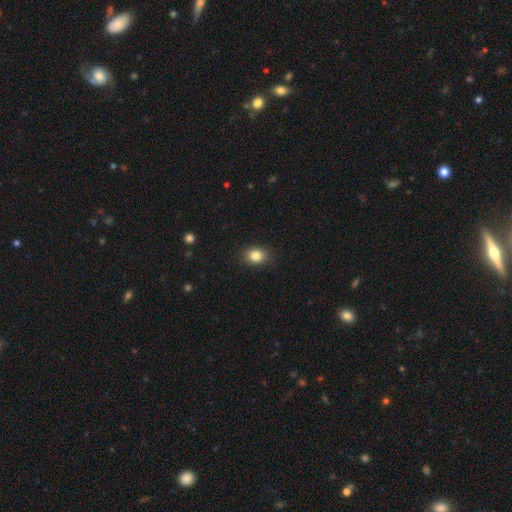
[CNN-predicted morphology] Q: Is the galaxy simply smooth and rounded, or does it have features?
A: smooth — 83%.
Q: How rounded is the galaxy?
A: in between — 51%.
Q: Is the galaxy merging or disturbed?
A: none — 89%.